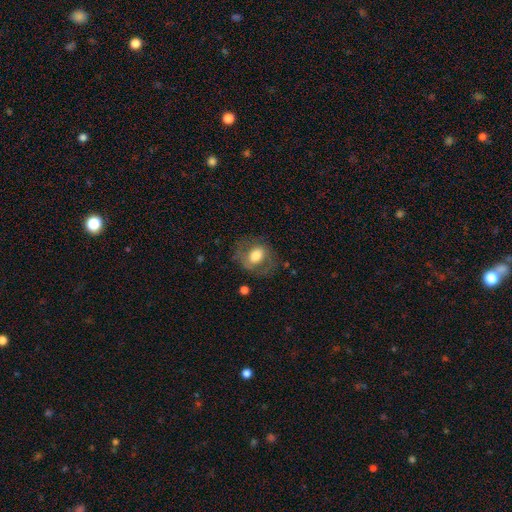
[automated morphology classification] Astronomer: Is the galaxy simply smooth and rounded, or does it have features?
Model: smooth — 57% (runner-up: featured or disk, 36%).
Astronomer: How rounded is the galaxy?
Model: in between — 53% (runner-up: round, 45%).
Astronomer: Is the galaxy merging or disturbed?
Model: none — 68%.